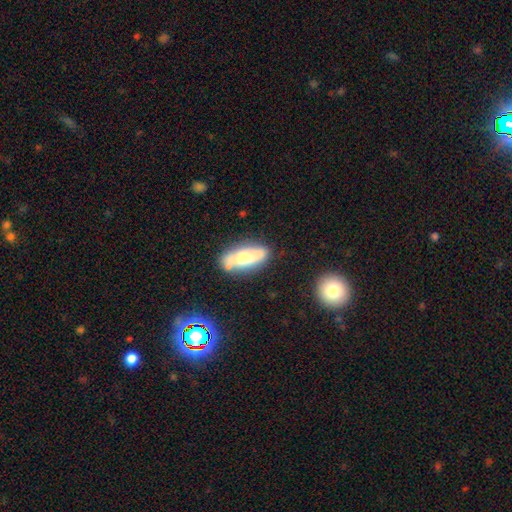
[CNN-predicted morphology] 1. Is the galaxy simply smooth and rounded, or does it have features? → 56% smooth, 37% featured or disk, 7% star or artifact.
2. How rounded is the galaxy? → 75% in between, 22% cigar-shaped, 4% round.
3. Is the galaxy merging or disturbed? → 68% none, 19% minor disturbance, 8% merger, 5% major disturbance.